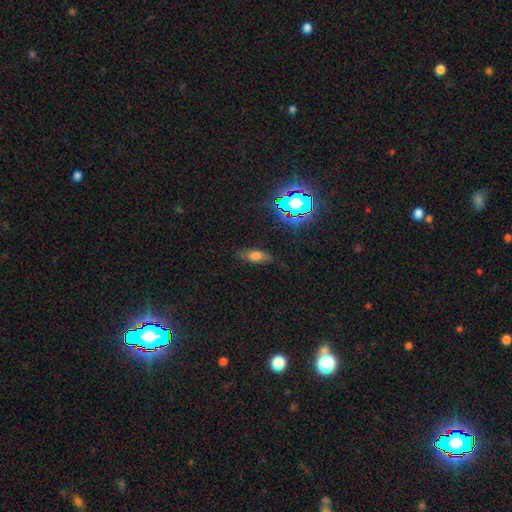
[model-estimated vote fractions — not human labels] smooth 65%, featured or disk 18%, star or artifact 18%. Down the decision tree: how rounded — in between (72%); merging — none (73%).